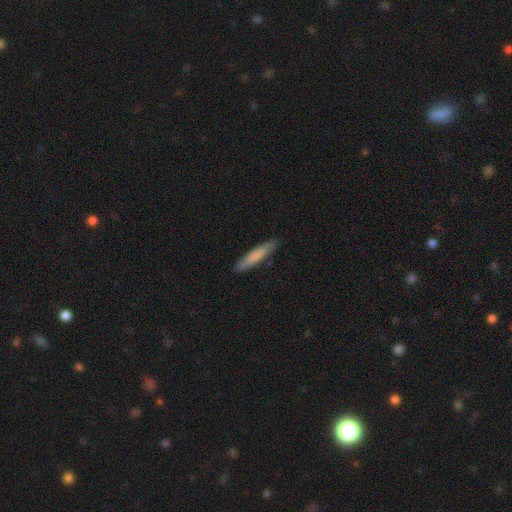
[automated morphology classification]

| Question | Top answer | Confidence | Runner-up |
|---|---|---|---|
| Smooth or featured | smooth | 78% | featured or disk (16%) |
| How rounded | cigar-shaped | 89% | in between (10%) |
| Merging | none | 89% | minor disturbance (8%) |